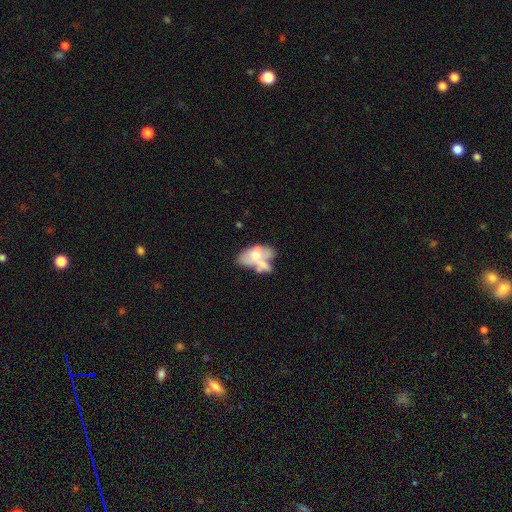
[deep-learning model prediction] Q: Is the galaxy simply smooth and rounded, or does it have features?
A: smooth — 47%.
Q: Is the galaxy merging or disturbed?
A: merger — 54%.